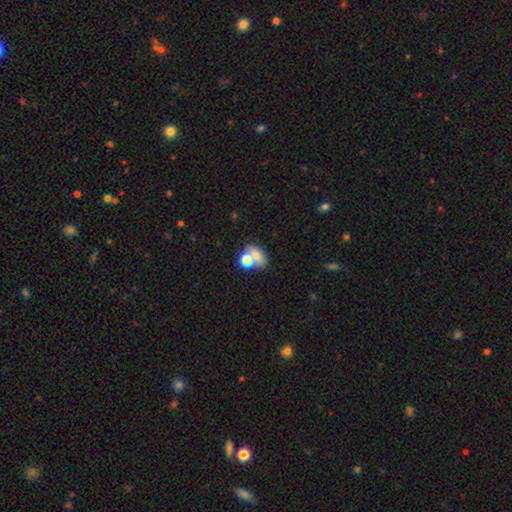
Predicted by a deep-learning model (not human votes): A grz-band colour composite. It shows a smooth galaxy with no disk features (70%) that is in between round and cigar-shaped (65%). Merging: merger (45%).